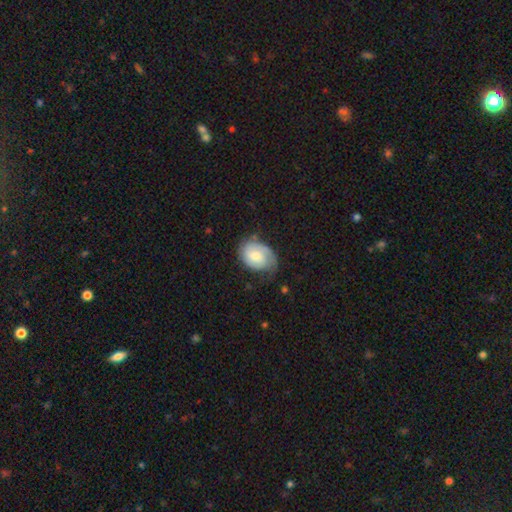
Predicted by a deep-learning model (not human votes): Smooth or featured? smooth (49%)
Merging? none (50%)